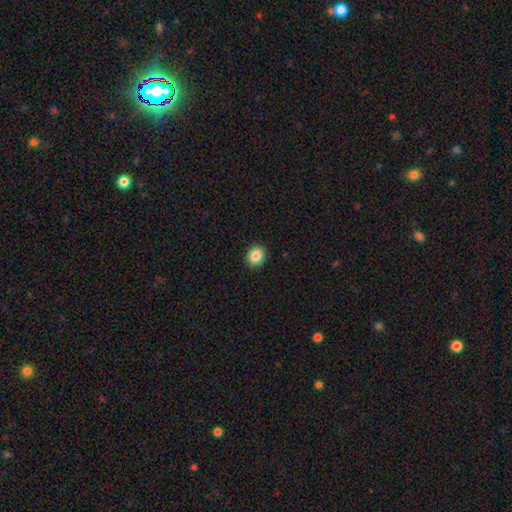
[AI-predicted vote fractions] A smooth galaxy with no disk features (86%) that is round (78%).

Vote fractions:
- Smooth or featured? smooth: 86% / star or artifact: 9% / featured or disk: 5%
- How rounded? round: 78% / in between: 21% / cigar-shaped: 1%
- Merging? none: 91% / minor disturbance: 6% / major disturbance: 2% / merger: 1%